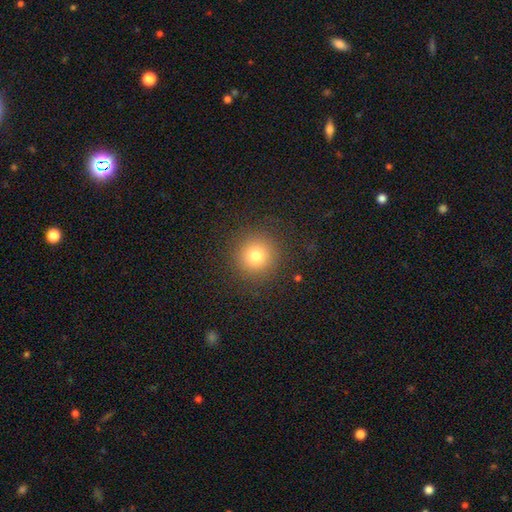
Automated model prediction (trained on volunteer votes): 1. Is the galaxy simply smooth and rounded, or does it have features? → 78% smooth, 14% star or artifact, 9% featured or disk.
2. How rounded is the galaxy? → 94% round, 5% in between, 1% cigar-shaped.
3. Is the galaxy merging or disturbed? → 89% none, 7% minor disturbance, 3% major disturbance, 1% merger.